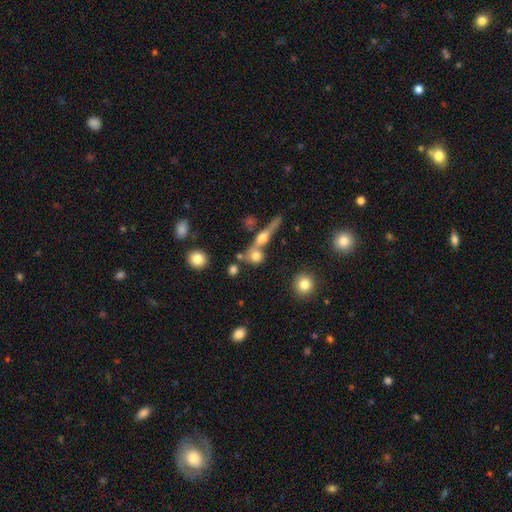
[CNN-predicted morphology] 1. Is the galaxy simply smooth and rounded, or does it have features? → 70% smooth, 17% featured or disk, 13% star or artifact.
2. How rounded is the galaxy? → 77% round, 17% in between, 6% cigar-shaped.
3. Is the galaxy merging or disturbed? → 44% merger, 42% none, 8% minor disturbance, 5% major disturbance.